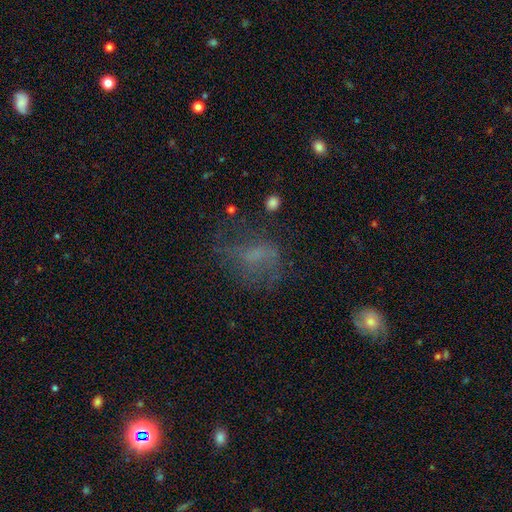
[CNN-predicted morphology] Smooth or featured? smooth (41%)
Merging? none (46%)